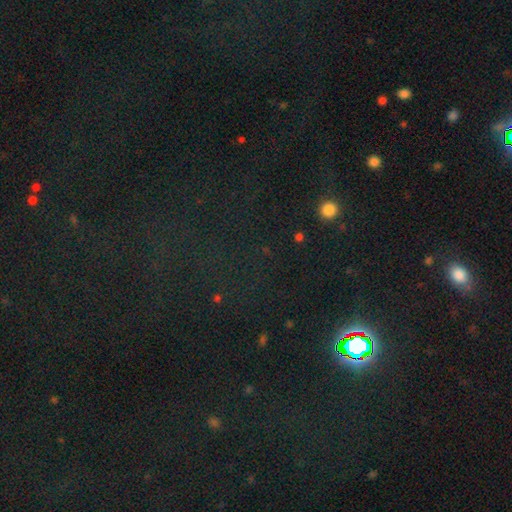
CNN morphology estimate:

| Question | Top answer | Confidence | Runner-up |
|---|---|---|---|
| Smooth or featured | star or artifact | 76% | smooth (16%) |